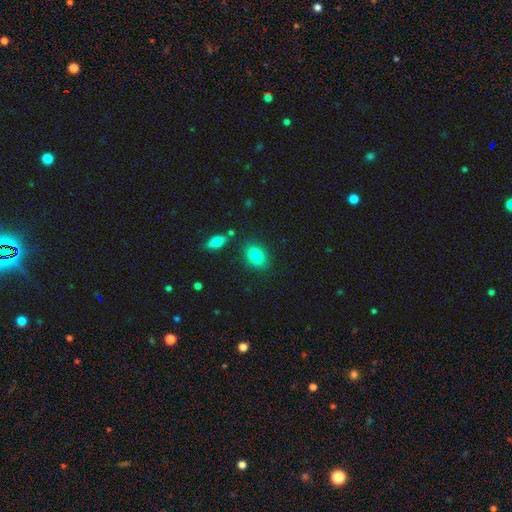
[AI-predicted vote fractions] The model was most divided on "how rounded": in between: 79%, round: 20%, cigar-shaped: 2%. More confident: smooth or featured — smooth (82%); merging — none (82%).